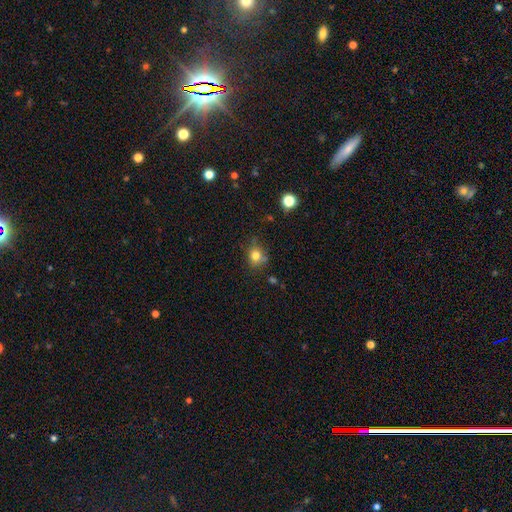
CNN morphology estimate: A smooth galaxy with no disk features (78%) that is round (73%).

Vote fractions:
- Smooth or featured? smooth: 78% / star or artifact: 13% / featured or disk: 9%
- How rounded? round: 73% / in between: 26% / cigar-shaped: 1%
- Merging? none: 68% / minor disturbance: 21% / merger: 6% / major disturbance: 5%